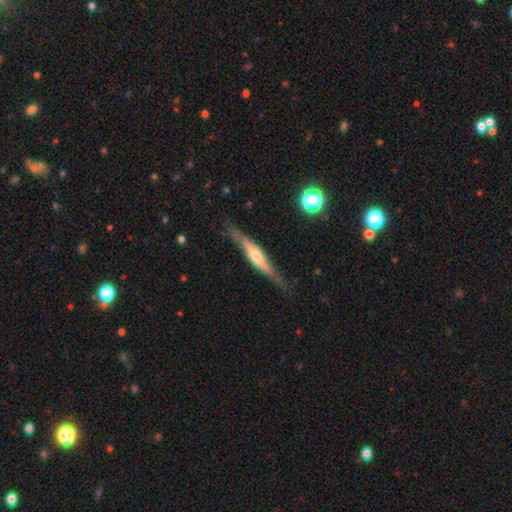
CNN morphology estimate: This appears to be a featured or disk galaxy (69%) viewed edge-on (95%) with a rounded central bulge (84%). Merging: none (79%).